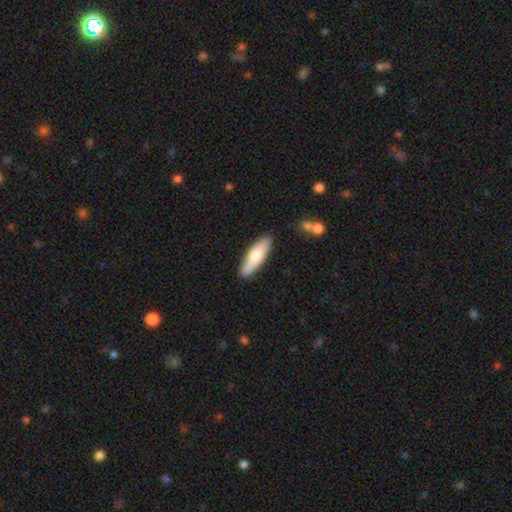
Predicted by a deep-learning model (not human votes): Morphology: type=smooth (73%); roundness=cigar-shaped (60%); merging=none (86%).